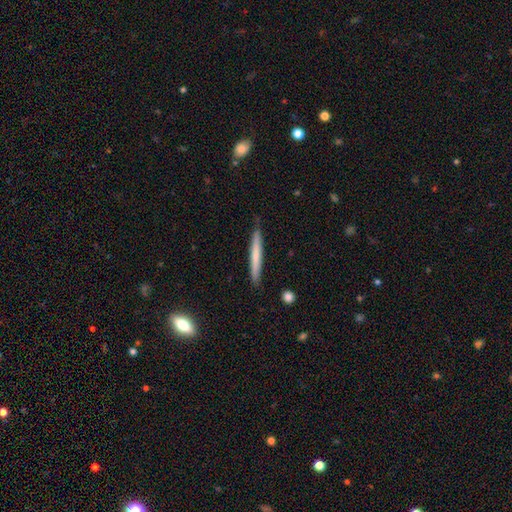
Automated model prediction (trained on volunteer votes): Q: Smooth or featured?
A: smooth (64%); runner-up: featured or disk (31%)
Q: How rounded?
A: cigar-shaped (97%); runner-up: in between (2%)
Q: Merging?
A: none (88%); runner-up: minor disturbance (9%)